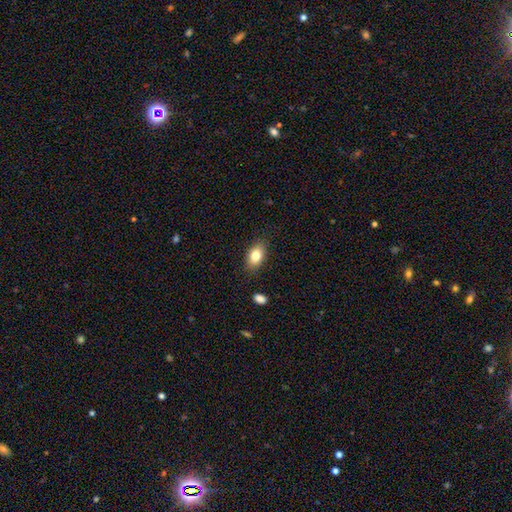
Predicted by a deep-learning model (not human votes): This appears to be a smooth galaxy with no disk features (82%) that is in between round and cigar-shaped (88%). Merging: none (84%).